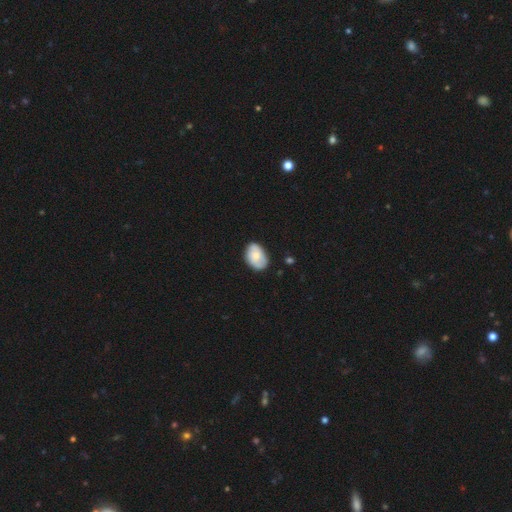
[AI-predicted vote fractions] Smooth or featured: smooth — 65% (featured or disk — 28%)
How rounded: in between — 82% (round — 17%)
Merging: none — 69% (minor disturbance — 25%)